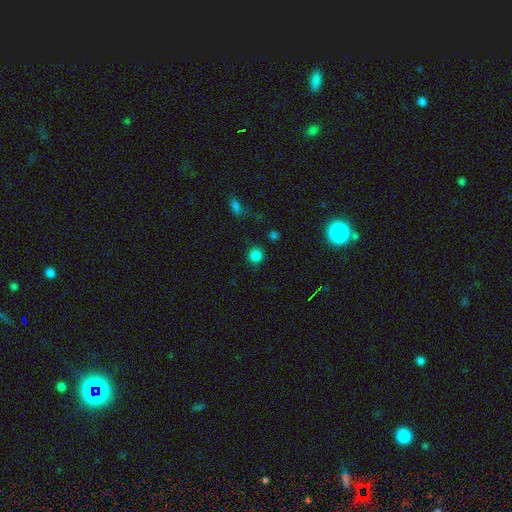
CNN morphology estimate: Smooth or featured? smooth (82%)
How rounded? round (92%)
Merging? none (87%)